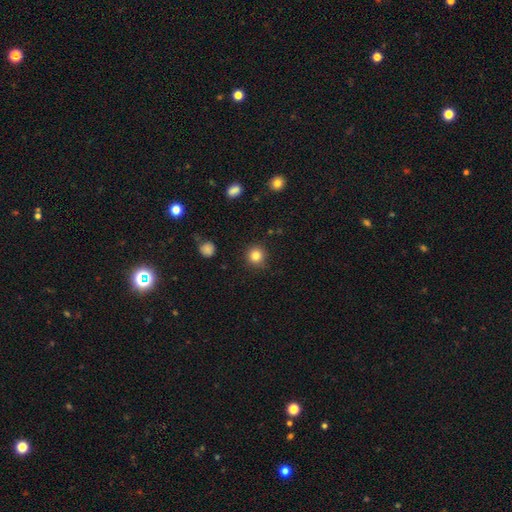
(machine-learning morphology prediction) type=smooth (83%); roundness=round (93%); merging=none (89%).